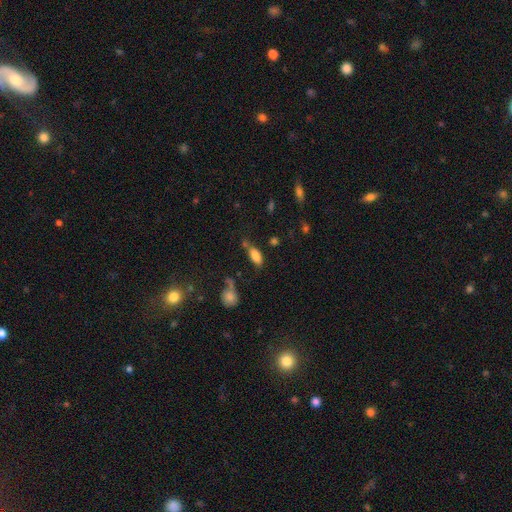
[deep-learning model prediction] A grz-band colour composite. It shows a smooth galaxy with no disk features (81%) that is in between round and cigar-shaped (86%). Merging: none (56%).